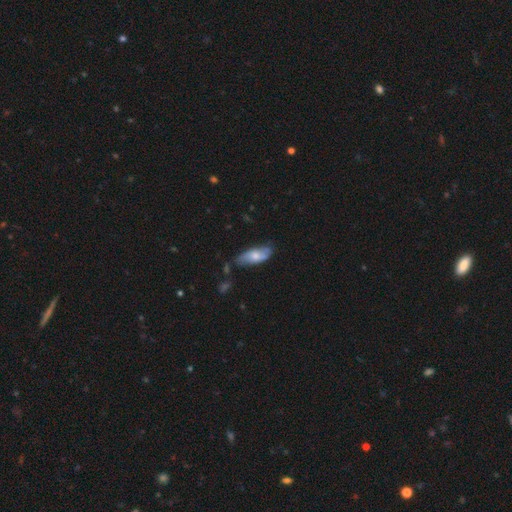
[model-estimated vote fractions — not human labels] The model was most divided on "merging": none: 59%, minor disturbance: 30%, major disturbance: 7%, merger: 4%. More confident: how rounded — in between (75%); smooth or featured — smooth (62%).